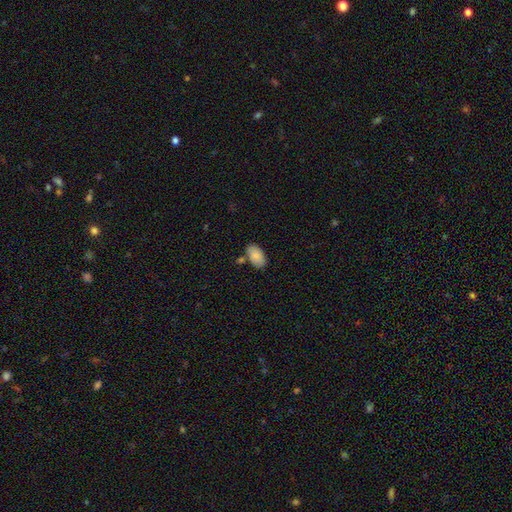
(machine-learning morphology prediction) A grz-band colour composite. It shows a smooth galaxy with no disk features (85%) that is in between round and cigar-shaped (94%). Merging: none (70%).